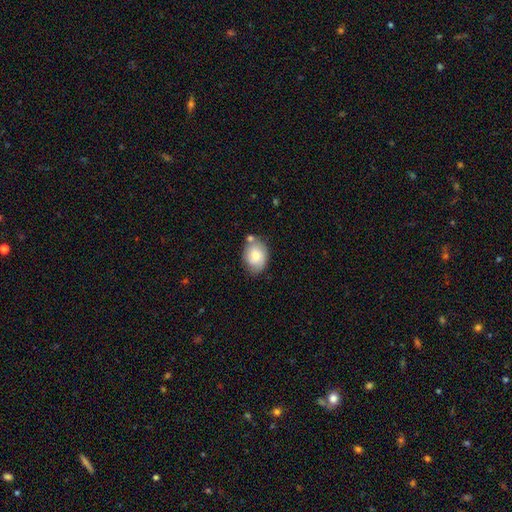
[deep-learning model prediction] Smooth or featured? smooth (70%)
How rounded? in between (67%)
Merging? none (64%)